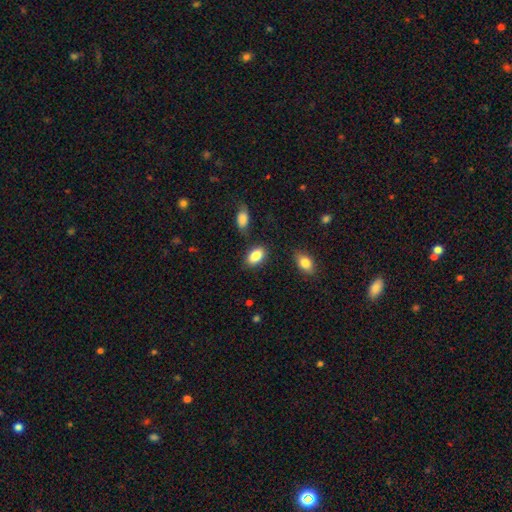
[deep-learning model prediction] This appears to be a smooth galaxy with no disk features (86%) that is in between round and cigar-shaped (91%). Merging: none (82%).